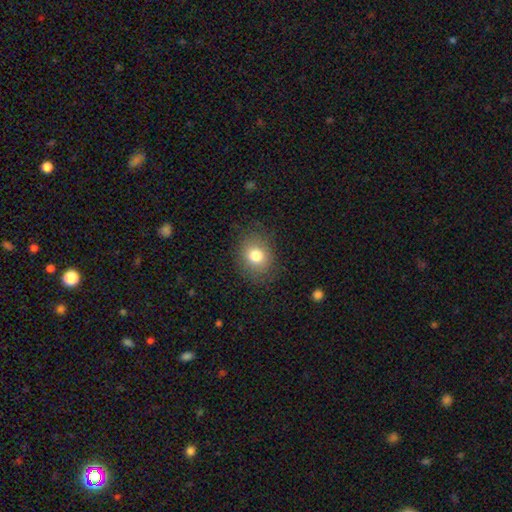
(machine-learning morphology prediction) Smooth or featured? smooth (78%)
How rounded? round (62%)
Merging? none (82%)